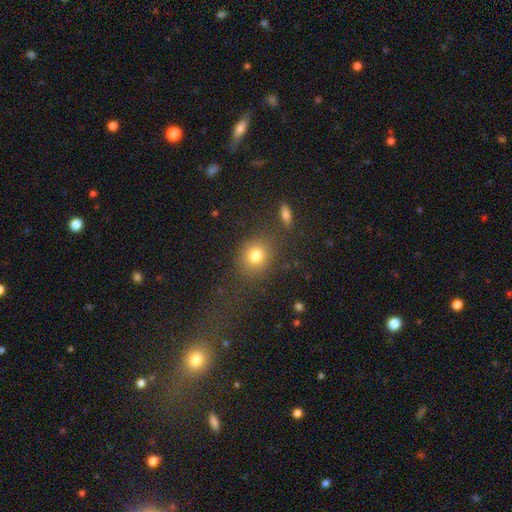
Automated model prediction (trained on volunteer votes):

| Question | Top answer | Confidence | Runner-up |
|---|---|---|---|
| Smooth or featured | smooth | 78% | star or artifact (13%) |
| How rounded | round | 71% | in between (27%) |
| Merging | none | 78% | minor disturbance (11%) |